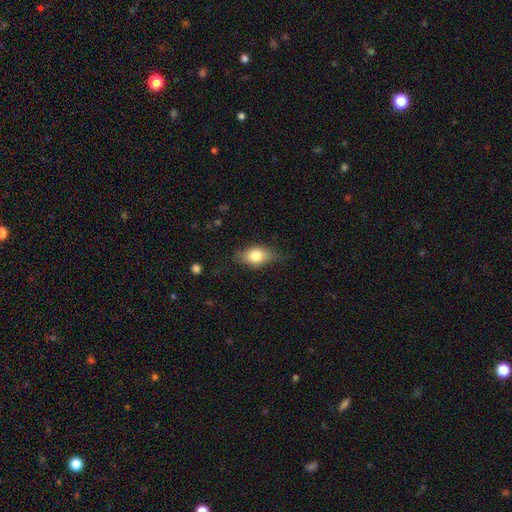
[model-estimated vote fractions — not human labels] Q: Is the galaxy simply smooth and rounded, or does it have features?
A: smooth — 74%.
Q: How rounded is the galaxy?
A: in between — 81%.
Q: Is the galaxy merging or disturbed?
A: none — 69%.